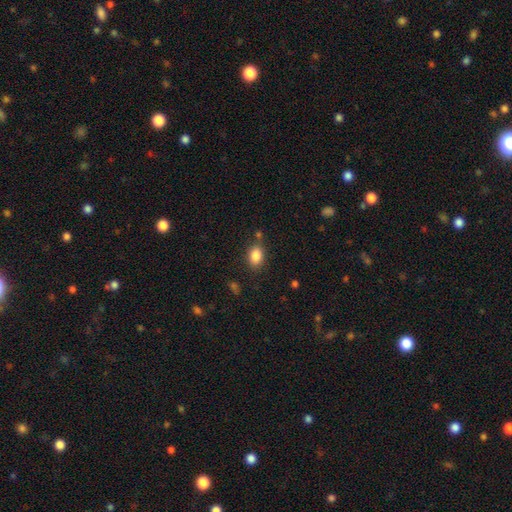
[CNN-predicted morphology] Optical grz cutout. It shows a smooth galaxy with no disk features (86%) that is in between round and cigar-shaped (79%). Merging: none (78%).